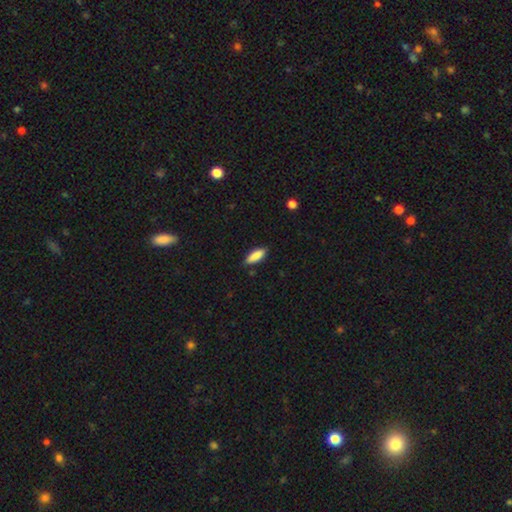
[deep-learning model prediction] Morphology: type=smooth (87%); roundness=in between (62%); merging=none (84%).